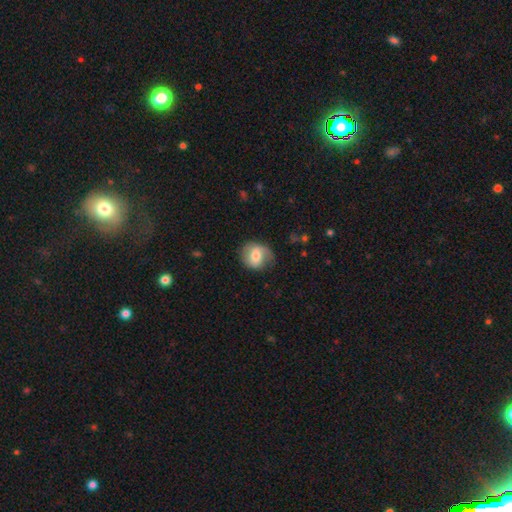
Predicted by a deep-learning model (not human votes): Smooth or featured? Predicted: smooth (p=0.49). Merging? Predicted: none (p=0.68).